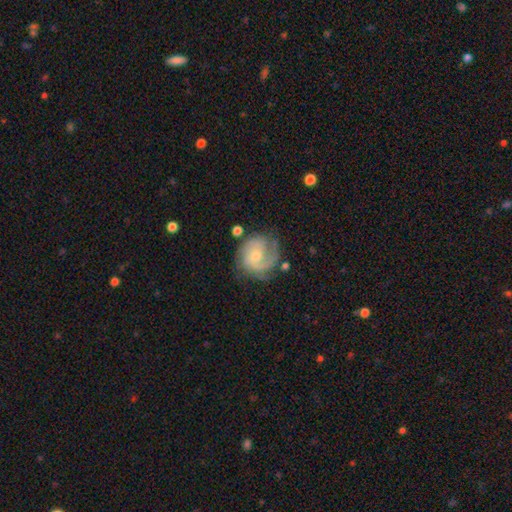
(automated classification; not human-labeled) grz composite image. It shows a featured or disk galaxy (80%) with no bar (63%), 2 (44%) tight (46%) spiral arms (95%) and a small central bulge (54%). Merging: none (66%).